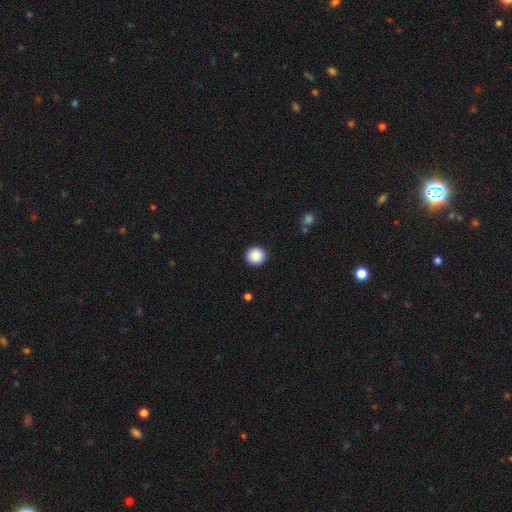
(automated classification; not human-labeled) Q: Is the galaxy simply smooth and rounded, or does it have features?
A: smooth — 89%.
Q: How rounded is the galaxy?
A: round — 94%.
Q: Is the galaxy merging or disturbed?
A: none — 92%.